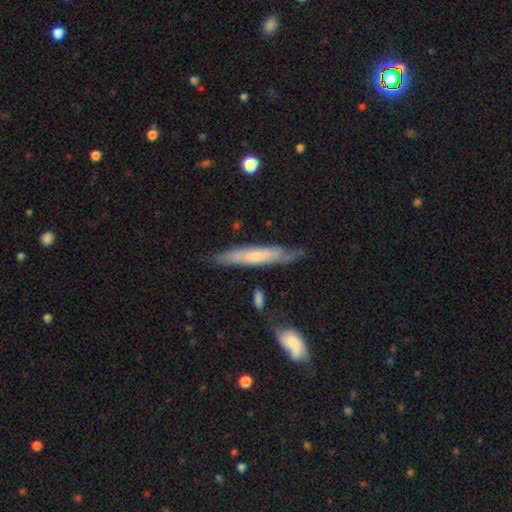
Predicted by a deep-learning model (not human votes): Smooth or featured: featured or disk — 50% (smooth — 44%)
Edge-on disk: yes — 65% (no — 35%)
Merging: none — 67% (minor disturbance — 22%)